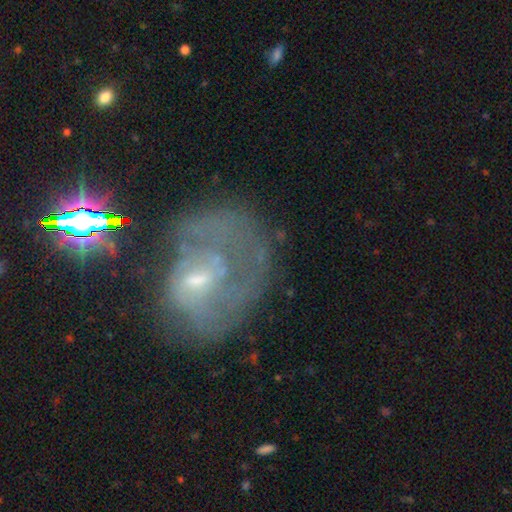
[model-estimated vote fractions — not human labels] Smooth or featured? featured or disk (63%)
Edge-on disk? no (96%)
Bar? no (51%)
Spiral arms? yes (62%)
Bulge size? small (59%)
Merging? none (43%)